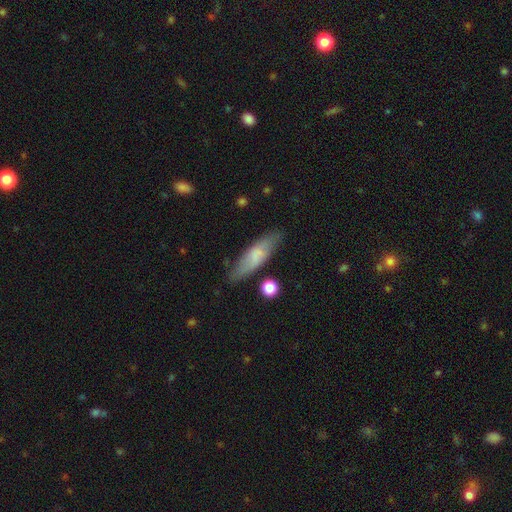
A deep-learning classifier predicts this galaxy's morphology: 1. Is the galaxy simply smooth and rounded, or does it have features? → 67% smooth, 26% featured or disk, 7% star or artifact.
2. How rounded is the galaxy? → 60% cigar-shaped, 38% in between, 2% round.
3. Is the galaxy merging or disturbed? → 79% none, 15% minor disturbance, 4% major disturbance, 2% merger.